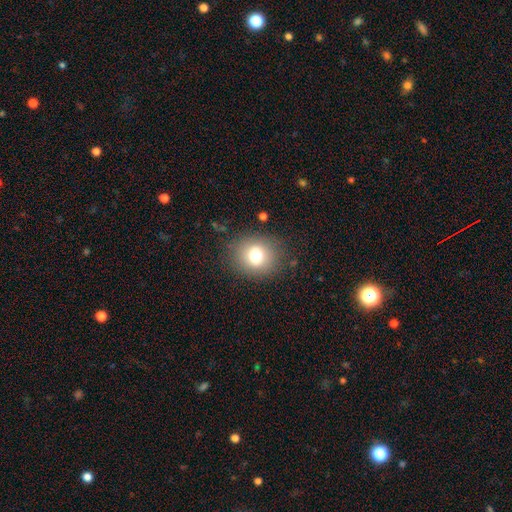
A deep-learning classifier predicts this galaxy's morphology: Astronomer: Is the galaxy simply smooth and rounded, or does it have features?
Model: smooth — 75%.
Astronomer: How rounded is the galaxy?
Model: round — 72%.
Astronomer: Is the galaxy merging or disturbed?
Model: none — 83%.